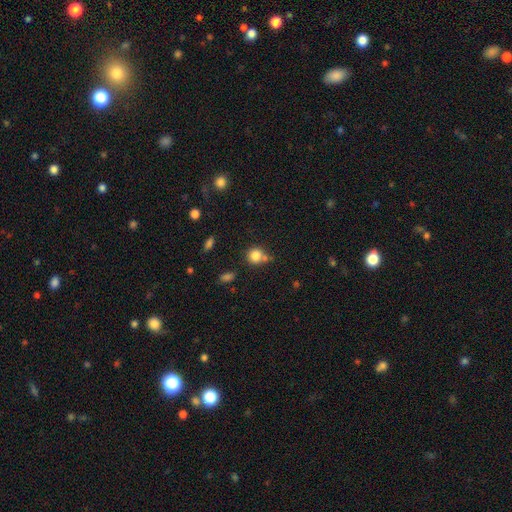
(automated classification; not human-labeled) Q: Smooth or featured?
A: smooth (82%); runner-up: star or artifact (11%)
Q: How rounded?
A: round (85%); runner-up: in between (14%)
Q: Merging?
A: none (57%); runner-up: merger (24%)